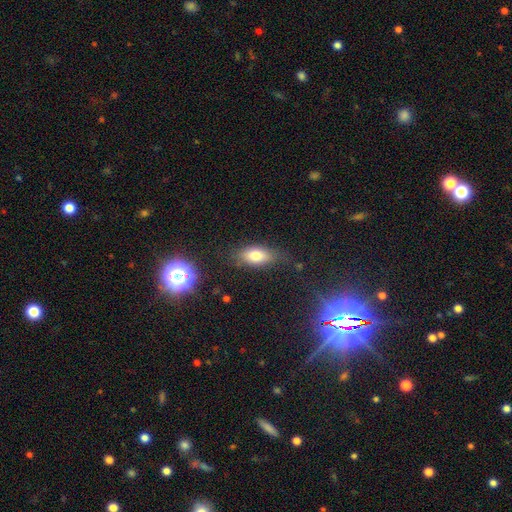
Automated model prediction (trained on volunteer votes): A smooth galaxy with no disk features (73%) that is in between round and cigar-shaped (82%). Merging: none (73%).